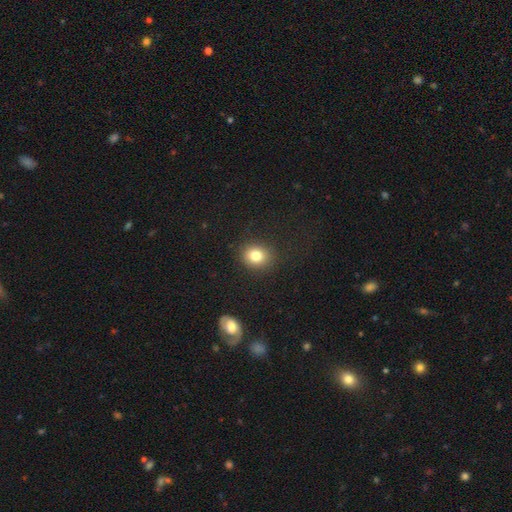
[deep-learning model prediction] Q: Smooth or featured?
A: smooth (81%); runner-up: star or artifact (11%)
Q: How rounded?
A: round (68%); runner-up: in between (32%)
Q: Merging?
A: none (87%); runner-up: minor disturbance (9%)